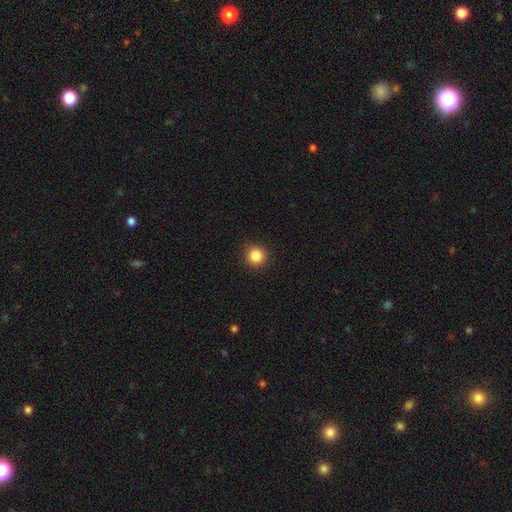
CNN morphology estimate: This appears to be a smooth galaxy with no disk features (86%) that is round (94%). Merging: none (92%).